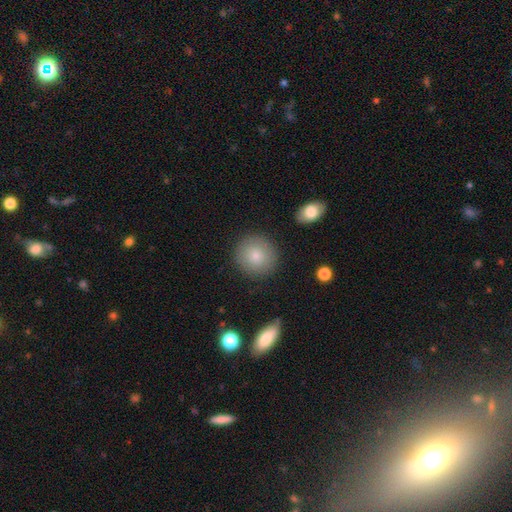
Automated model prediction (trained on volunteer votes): Smooth or featured?
  - smooth: 83% *
  - featured or disk: 9%
  - star or artifact: 8%
How rounded?
  - round: 93% *
  - in between: 6%
  - cigar-shaped: 1%
Merging?
  - none: 88% *
  - minor disturbance: 7%
  - major disturbance: 3%
  - merger: 2%